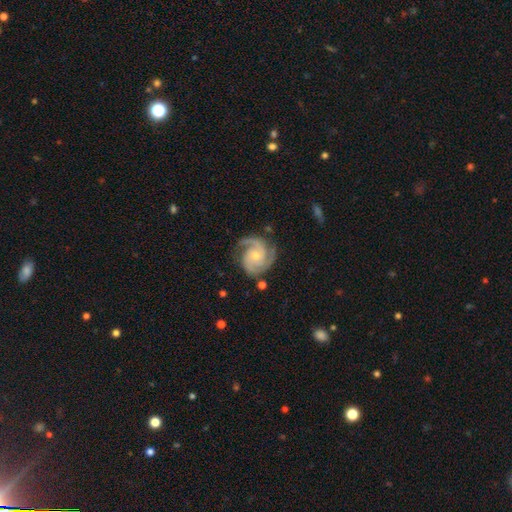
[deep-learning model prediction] Smooth or featured? featured or disk (92%)
Edge-on disk? no (98%)
Bar? no (71%)
Spiral arms? yes (98%)
Spiral winding? tight (56%)
Spiral arm count? 3 (44%)
Bulge size? small (54%)
Merging? none (75%)